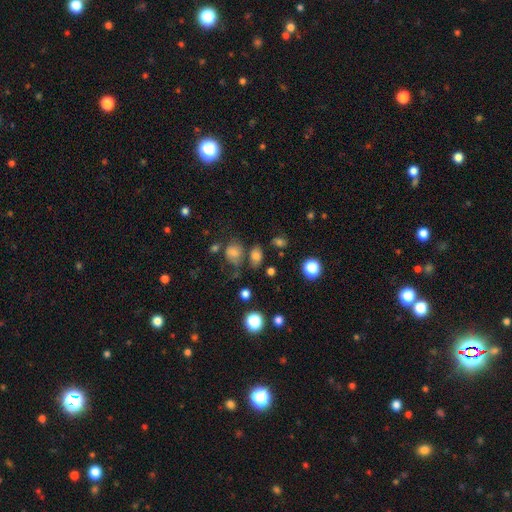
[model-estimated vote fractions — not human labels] Morphology: type=smooth (73%); roundness=in between (72%); merging=none (63%).